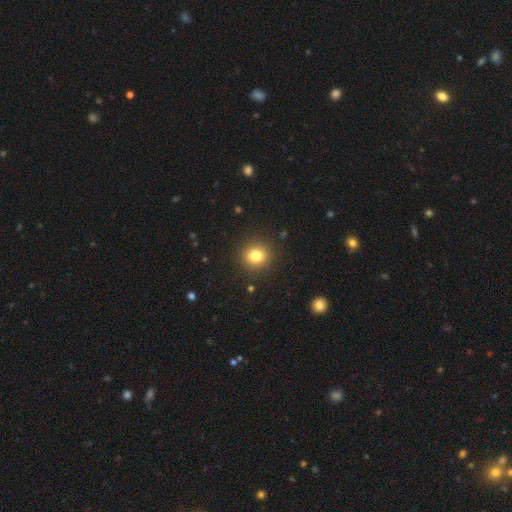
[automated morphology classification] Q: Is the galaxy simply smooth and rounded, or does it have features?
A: smooth — 81%.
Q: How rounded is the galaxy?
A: round — 86%.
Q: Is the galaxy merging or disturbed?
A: none — 90%.